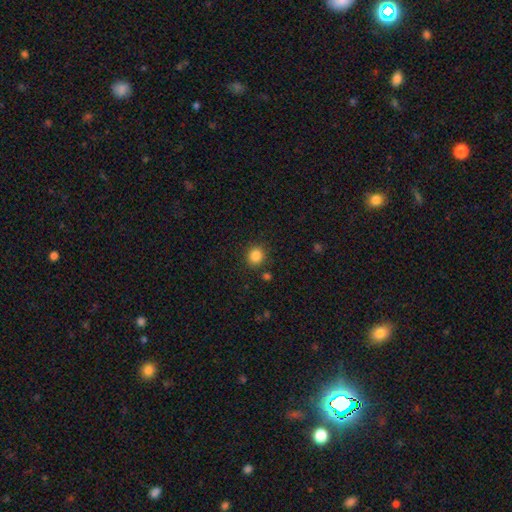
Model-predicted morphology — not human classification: Q: Smooth or featured?
A: smooth (85%); runner-up: star or artifact (11%)
Q: How rounded?
A: round (82%); runner-up: in between (17%)
Q: Merging?
A: none (86%); runner-up: minor disturbance (8%)